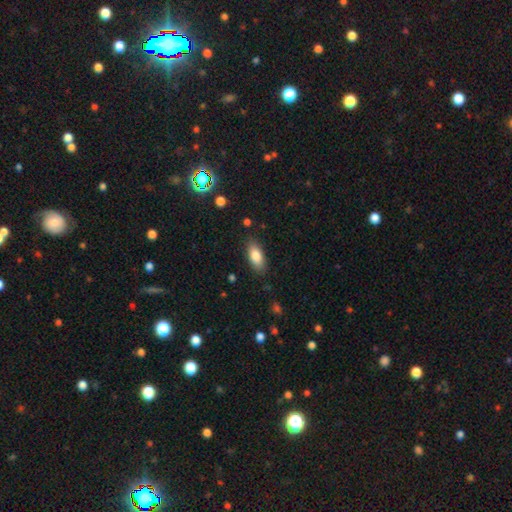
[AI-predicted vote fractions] A smooth galaxy with no disk features (84%) that is in between round and cigar-shaped (85%). Merging: none (84%).